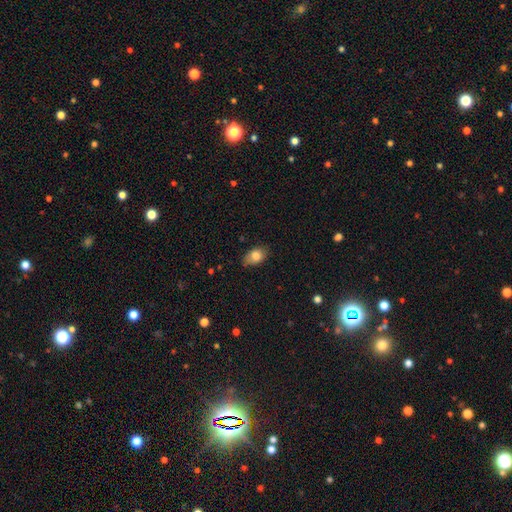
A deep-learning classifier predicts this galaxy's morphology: Smooth or featured?
  - smooth: 81% *
  - featured or disk: 11%
  - star or artifact: 8%
How rounded?
  - in between: 86% *
  - round: 12%
  - cigar-shaped: 2%
Merging?
  - none: 72% *
  - minor disturbance: 23%
  - major disturbance: 4%
  - merger: 1%